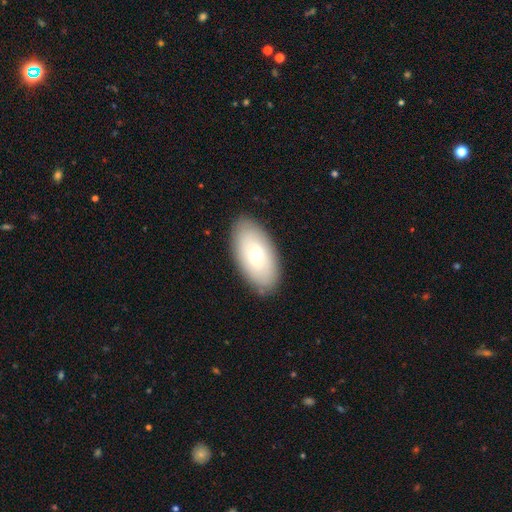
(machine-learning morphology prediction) Smooth or featured?
  - smooth: 52% *
  - featured or disk: 42%
  - star or artifact: 7%
How rounded?
  - in between: 93% *
  - cigar-shaped: 4%
  - round: 4%
Merging?
  - none: 86% *
  - minor disturbance: 10%
  - major disturbance: 3%
  - merger: 1%